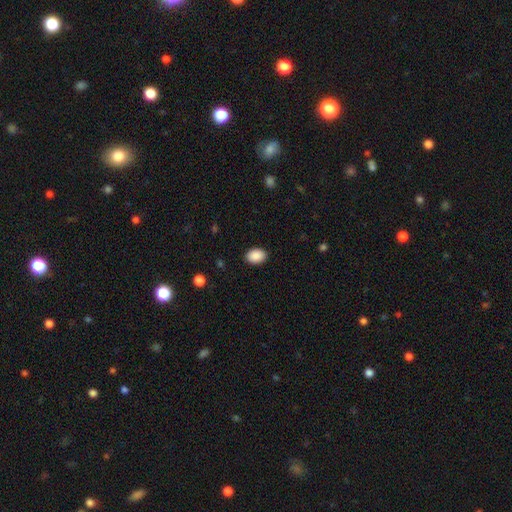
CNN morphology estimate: Smooth or featured?
  - smooth: 90% *
  - star or artifact: 7%
  - featured or disk: 3%
How rounded?
  - in between: 80% *
  - round: 19%
  - cigar-shaped: 1%
Merging?
  - none: 89% *
  - minor disturbance: 8%
  - major disturbance: 2%
  - merger: 1%